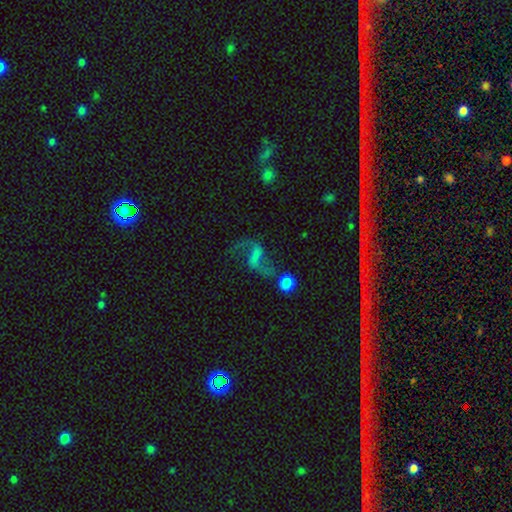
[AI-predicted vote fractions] A featured or disk galaxy (72%) with a weak bar (41%), 2 (89%) loose (82%) spiral arms (89%) and no central bulge (58%). Merging: none (59%).